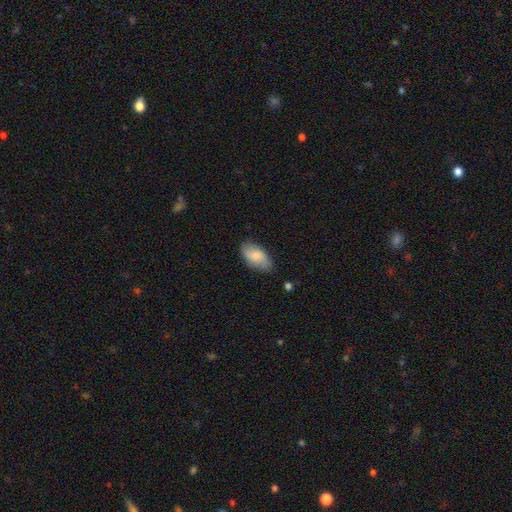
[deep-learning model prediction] smooth 73%, featured or disk 21%, star or artifact 6%. Down the decision tree: how rounded — in between (94%); merging — none (78%).